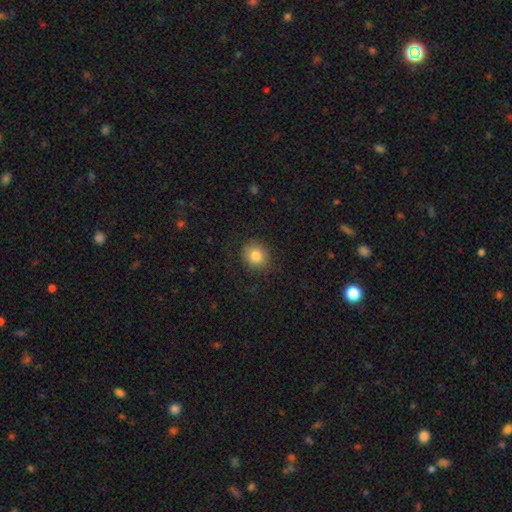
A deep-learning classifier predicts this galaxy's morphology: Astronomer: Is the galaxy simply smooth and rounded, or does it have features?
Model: smooth — 82%.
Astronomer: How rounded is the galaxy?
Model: round — 77%.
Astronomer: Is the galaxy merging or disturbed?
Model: none — 86%.